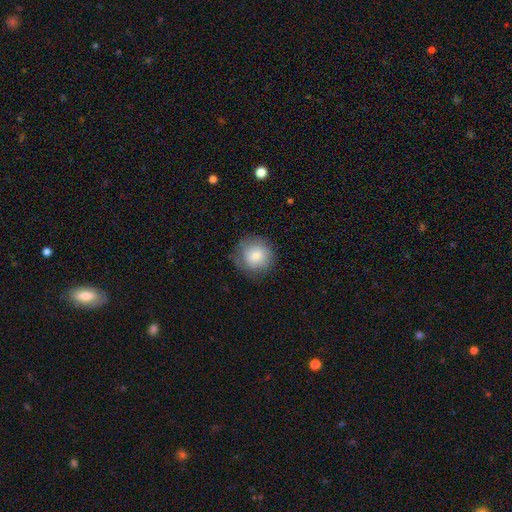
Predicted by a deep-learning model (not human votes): Smooth or featured? Predicted: smooth (p=0.79). How rounded? Predicted: round (p=0.91). Merging? Predicted: none (p=0.78).